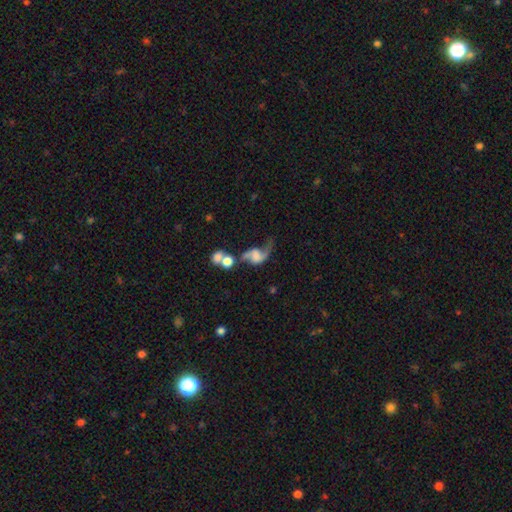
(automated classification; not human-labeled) featured or disk 74%, smooth 17%, star or artifact 9%. Down the decision tree: edge-on disk — no (96%); bar — no (53%); spiral arms — yes (90%); spiral arm count — 2 (83%); spiral winding — loose (83%); bulge size — none (44%); merging — none (32%).